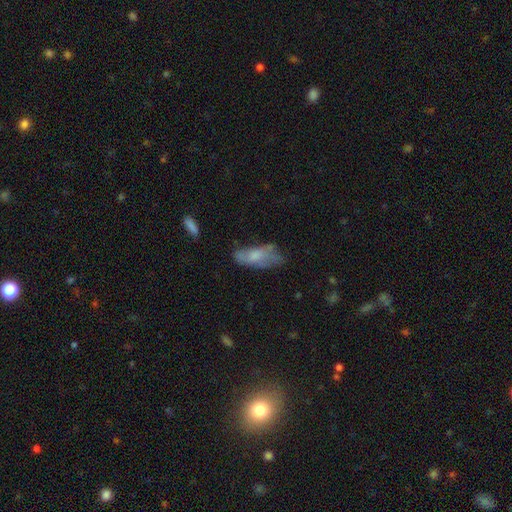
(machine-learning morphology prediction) A smooth galaxy with no disk features (60%) that is in between round and cigar-shaped (76%). Merging: none (42%).